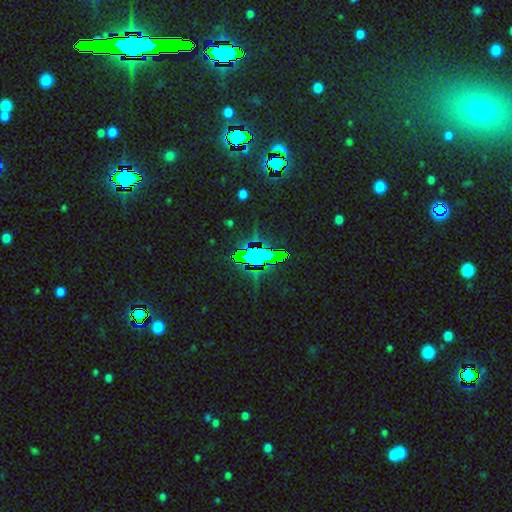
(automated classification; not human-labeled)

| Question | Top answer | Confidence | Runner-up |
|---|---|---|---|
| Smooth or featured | star or artifact | 73% | smooth (16%) |